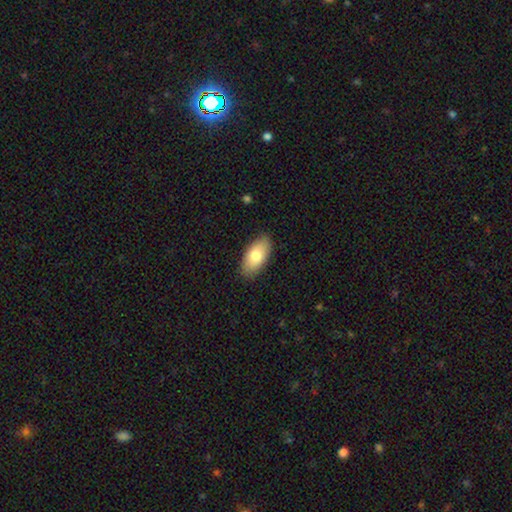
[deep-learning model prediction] Q: Smooth or featured?
A: smooth (78%); runner-up: featured or disk (16%)
Q: How rounded?
A: in between (93%); runner-up: cigar-shaped (5%)
Q: Merging?
A: none (86%); runner-up: minor disturbance (11%)